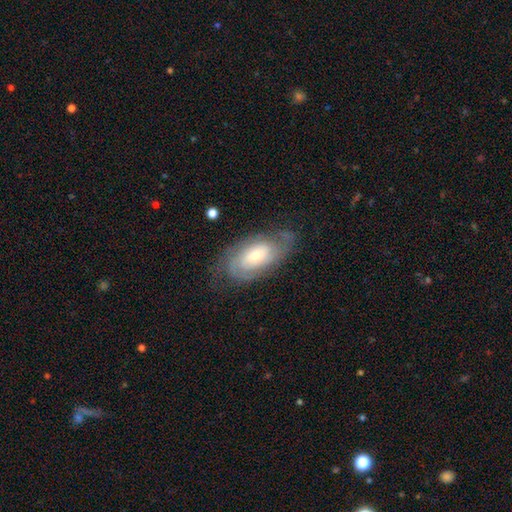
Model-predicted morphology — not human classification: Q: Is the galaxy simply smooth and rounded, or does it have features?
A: featured or disk — 72%.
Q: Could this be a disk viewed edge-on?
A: no — 93%.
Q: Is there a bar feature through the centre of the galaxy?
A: no — 61%.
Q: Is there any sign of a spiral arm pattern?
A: yes — 89%.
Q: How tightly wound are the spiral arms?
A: tight — 58%.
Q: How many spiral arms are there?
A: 2 — 43%.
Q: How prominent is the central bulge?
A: moderate — 52%.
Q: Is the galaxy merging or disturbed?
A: none — 67%.